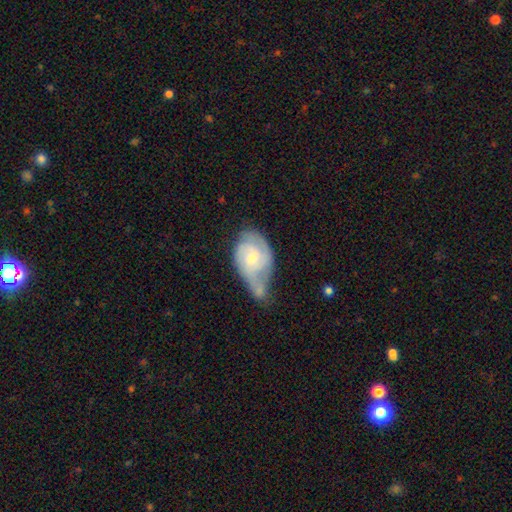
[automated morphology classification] This appears to be a featured or disk galaxy (68%) with no bar (59%), 2 (56%) tight (48%) spiral arms (88%) and a moderate central bulge (47%). Merging: merger (29%).